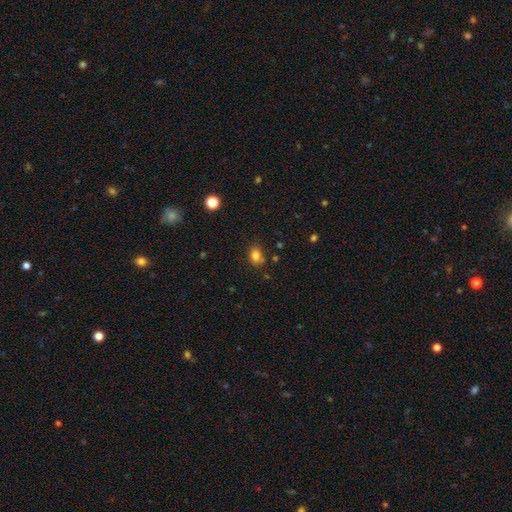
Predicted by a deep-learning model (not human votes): smooth_or_featured: smooth (p=0.81) [alt: star or artifact p=0.12]
how_rounded: in between (p=0.61) [alt: round p=0.38]
merging: none (p=0.77) [alt: minor disturbance p=0.14]